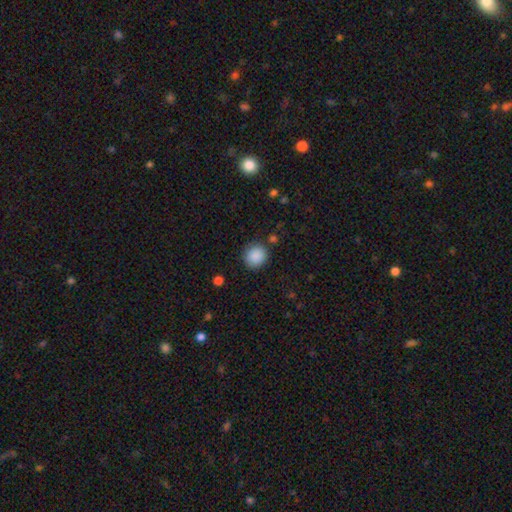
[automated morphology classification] Overall: smooth (88%). How rounded: round (85%). Merging: none (86%).